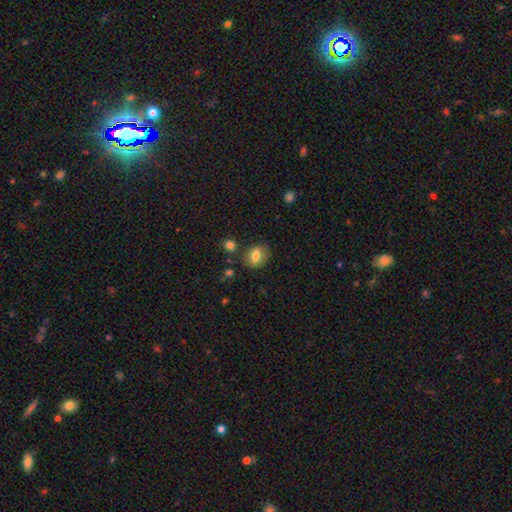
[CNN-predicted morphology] Smooth or featured? smooth (77%)
How rounded? in between (62%)
Merging? none (77%)